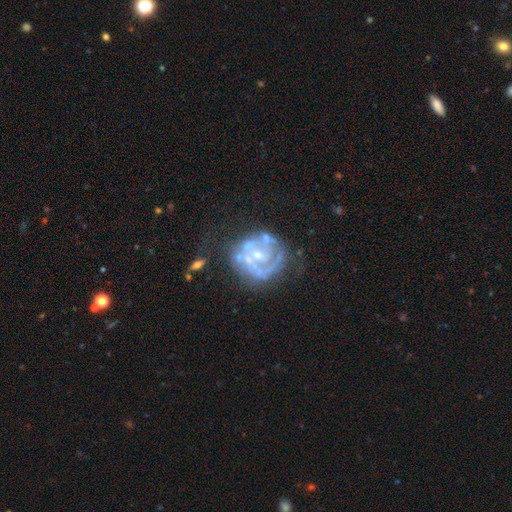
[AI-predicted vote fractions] Morphology: type=featured or disk (82%); edge-on=no (98%); bar=no (66%); spiral arms=yes (73%); winding=tight (56%); arm count=can't tell (35%); bulge=small (50%); merging=none (52%).